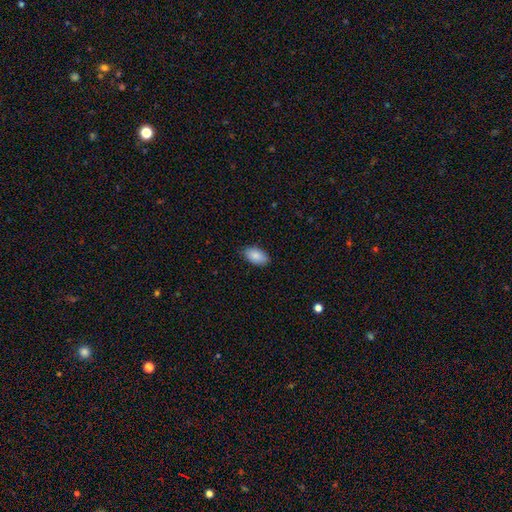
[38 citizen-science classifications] smooth_or_featured: smooth (p=0.79) [alt: featured or disk p=0.13]
how_rounded: in between (p=0.97) [alt: round p=0.03]
merging: none (p=0.86) [alt: minor disturbance p=0.09]